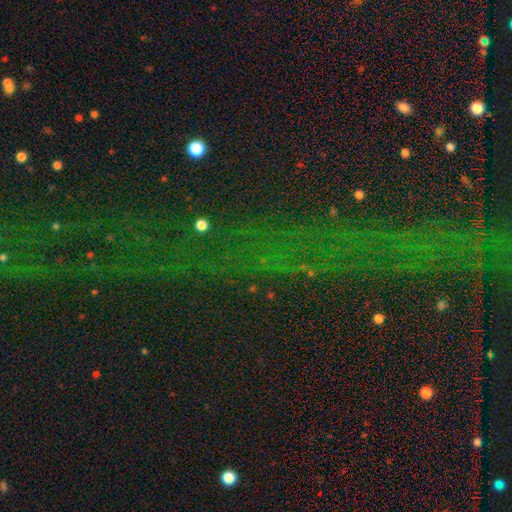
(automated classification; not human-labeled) This is likely a star or artifact rather than a galaxy (74%).